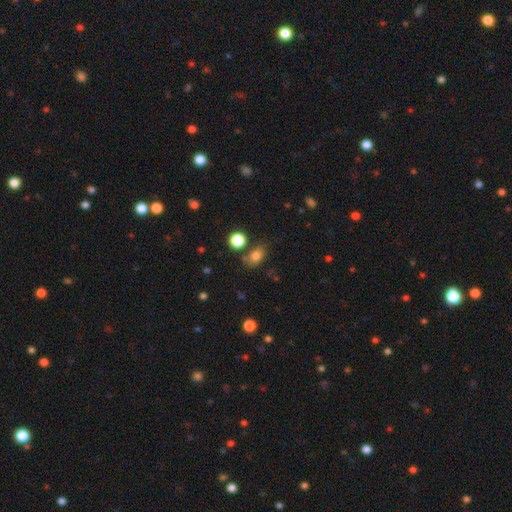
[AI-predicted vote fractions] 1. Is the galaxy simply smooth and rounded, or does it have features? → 79% smooth, 13% star or artifact, 8% featured or disk.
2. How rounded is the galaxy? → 67% in between, 31% round, 2% cigar-shaped.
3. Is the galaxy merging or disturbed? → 66% none, 17% minor disturbance, 12% merger, 5% major disturbance.